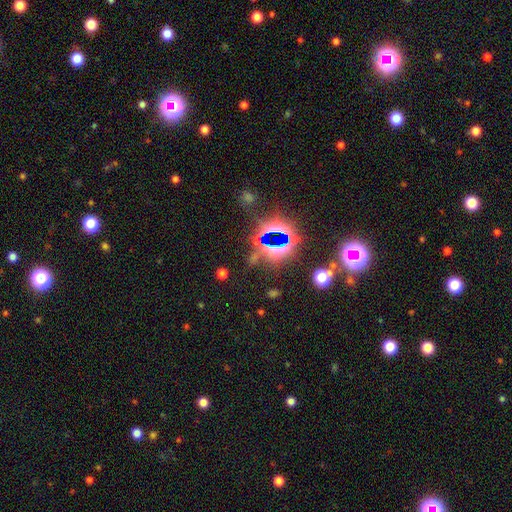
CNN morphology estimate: type=star or artifact (71%).